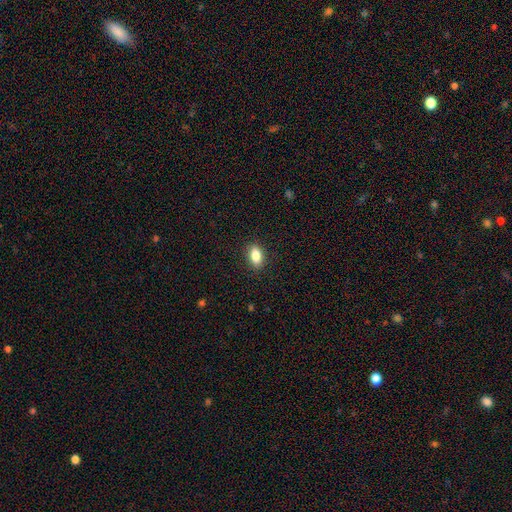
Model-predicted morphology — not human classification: A smooth galaxy with no disk features (85%) that is in between round and cigar-shaped (87%).

Vote fractions:
- Smooth or featured? smooth: 85% / star or artifact: 8% / featured or disk: 7%
- How rounded? in between: 87% / round: 8% / cigar-shaped: 6%
- Merging? none: 88% / minor disturbance: 8% / major disturbance: 2% / merger: 1%